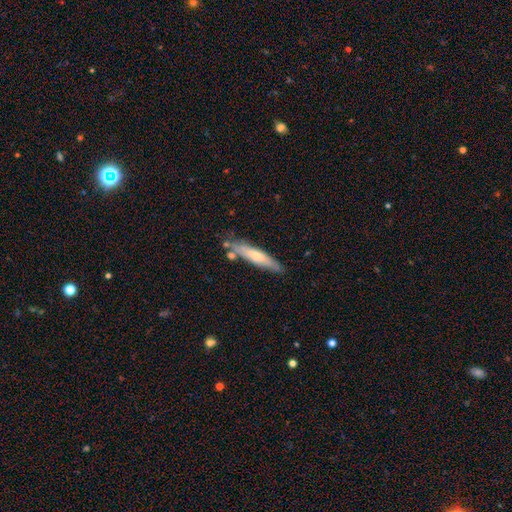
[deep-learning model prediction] Smooth or featured? Predicted: smooth (p=0.55). How rounded? Predicted: cigar-shaped (p=0.85). Merging? Predicted: none (p=0.72).